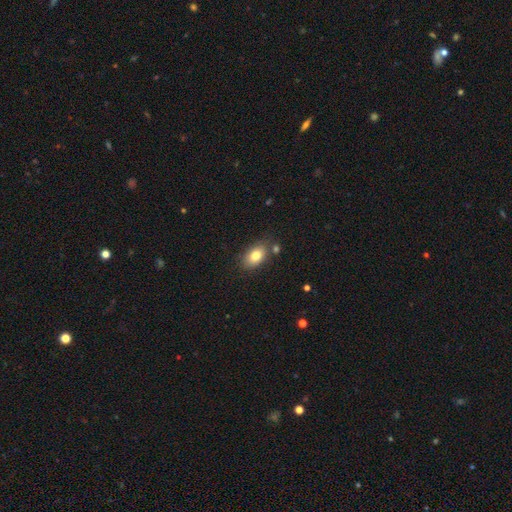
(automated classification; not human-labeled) The model was most divided on "merging": none: 74%, minor disturbance: 14%, merger: 8%, major disturbance: 3%. More confident: how rounded — in between (87%); smooth or featured — smooth (80%).